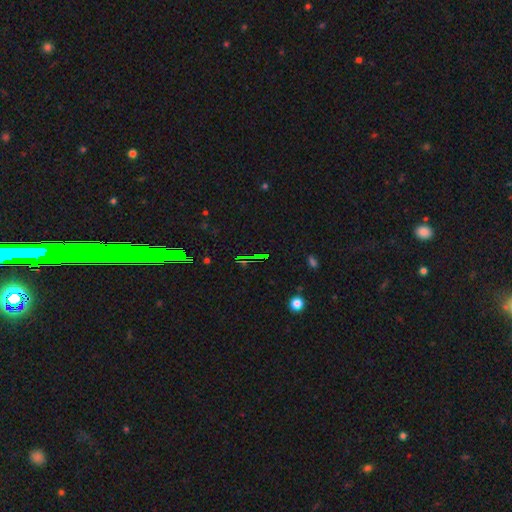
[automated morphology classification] Q: Smooth or featured?
A: star or artifact (72%); runner-up: smooth (15%)